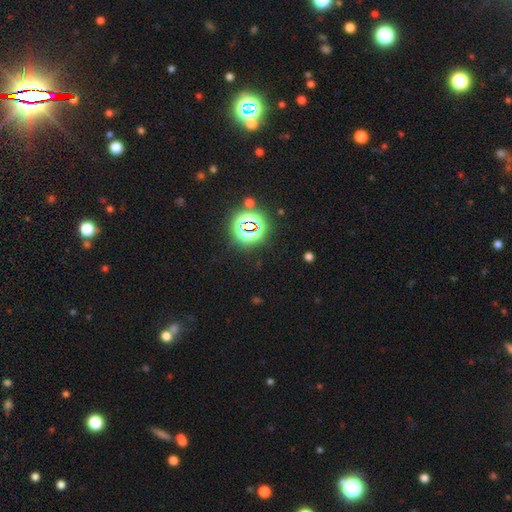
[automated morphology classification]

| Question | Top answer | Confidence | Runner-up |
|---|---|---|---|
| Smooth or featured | star or artifact | 81% | smooth (11%) |